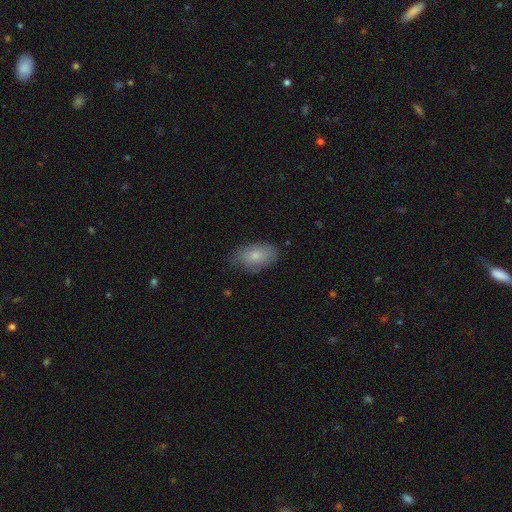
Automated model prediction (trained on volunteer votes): The model was most divided on "merging": none: 72%, minor disturbance: 22%, major disturbance: 5%, merger: 1%. More confident: how rounded — in between (92%); smooth or featured — smooth (79%).